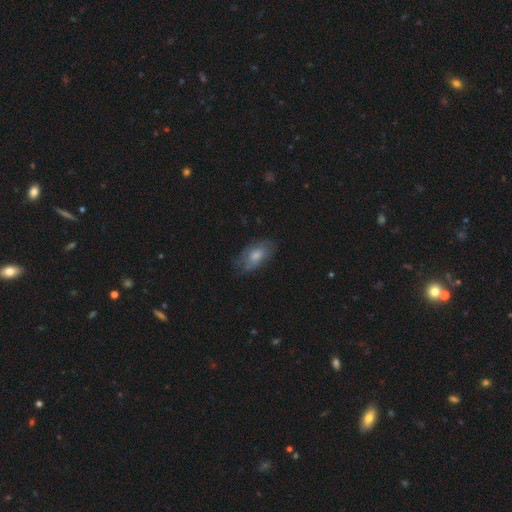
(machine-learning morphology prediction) smooth_or_featured: smooth (p=0.67) [alt: featured or disk p=0.26]
how_rounded: in between (p=0.91) [alt: round p=0.05]
merging: none (p=0.63) [alt: minor disturbance p=0.25]